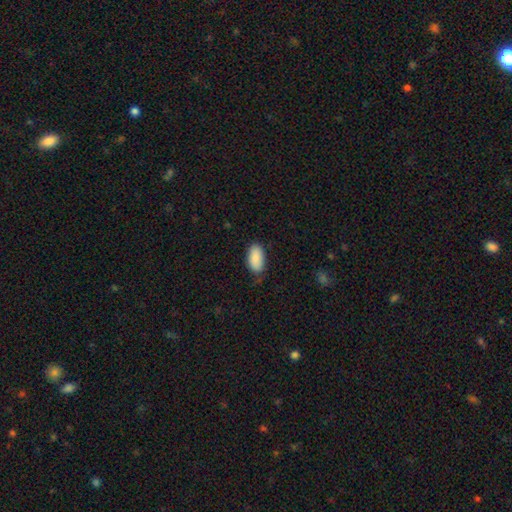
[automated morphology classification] Smooth or featured? Predicted: smooth (p=0.88). How rounded? Predicted: in between (p=0.94). Merging? Predicted: none (p=0.74).